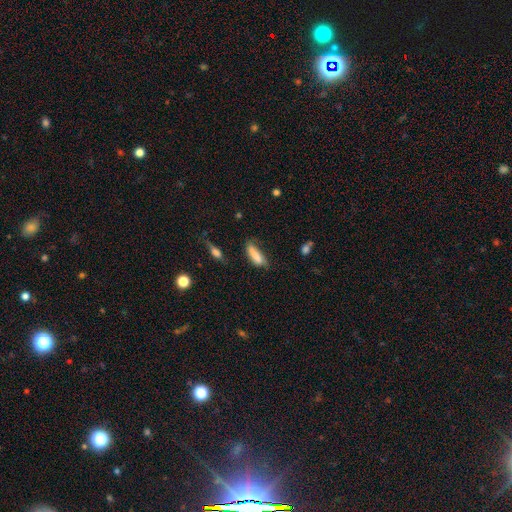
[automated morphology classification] smooth-or-featured: smooth: 78% | featured or disk: 14% | star or artifact: 8%
  how-rounded: in between: 51% | cigar-shaped: 47% | round: 2%
  merging: none: 49% | minor disturbance: 34% | major disturbance: 13% | merger: 5%